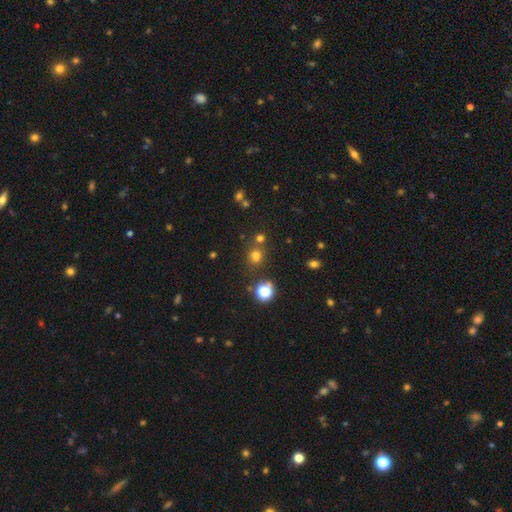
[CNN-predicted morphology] A smooth galaxy with no disk features (67%) that is round (83%). Merging: none (73%).